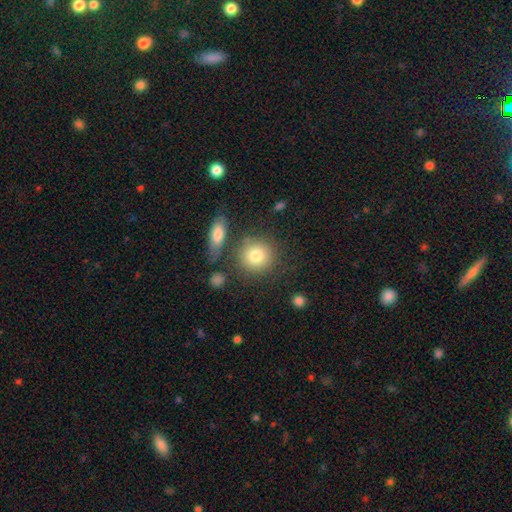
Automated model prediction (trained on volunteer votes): Smooth or featured?
  - smooth: 81% *
  - featured or disk: 10%
  - star or artifact: 9%
How rounded?
  - round: 87% *
  - in between: 12%
  - cigar-shaped: 1%
Merging?
  - none: 73% *
  - minor disturbance: 11%
  - merger: 11%
  - major disturbance: 5%